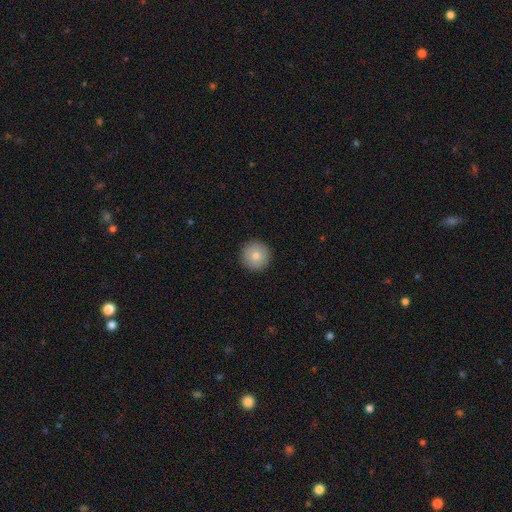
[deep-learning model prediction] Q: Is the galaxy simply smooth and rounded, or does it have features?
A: smooth — 80%.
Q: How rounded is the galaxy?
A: round — 97%.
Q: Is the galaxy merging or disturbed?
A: none — 93%.